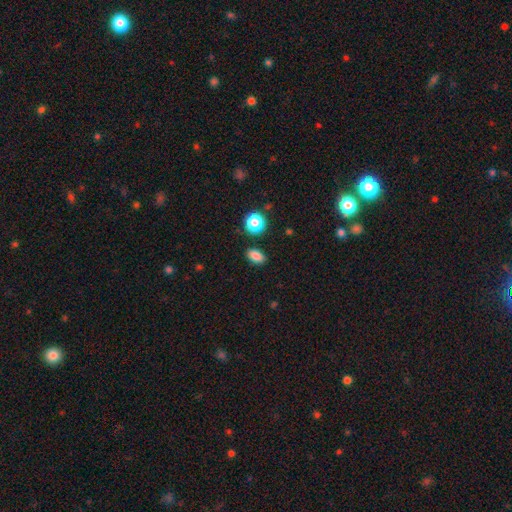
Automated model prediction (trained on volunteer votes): Overall: smooth (84%). How rounded: in between (83%). Merging: none (86%).